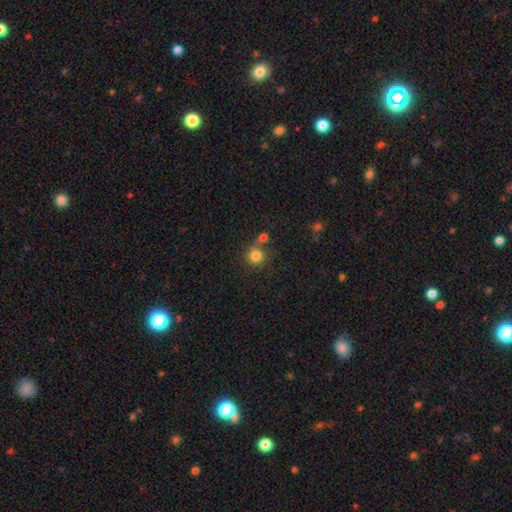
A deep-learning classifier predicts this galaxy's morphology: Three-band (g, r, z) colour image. It shows a smooth galaxy with no disk features (81%) that is round (90%). Merging: none (61%).